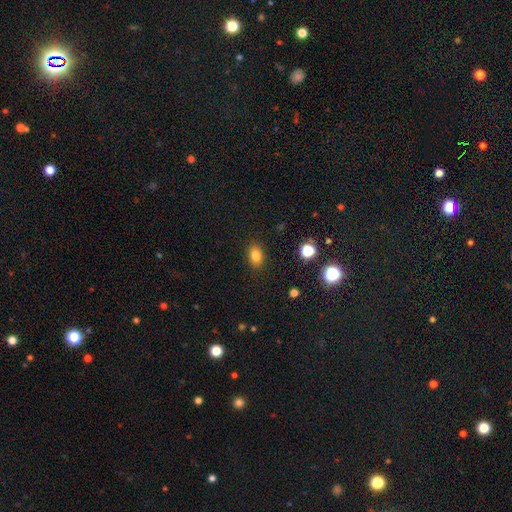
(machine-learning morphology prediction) A smooth galaxy with no disk features (81%) that is in between round and cigar-shaped (78%). Merging: none (88%).